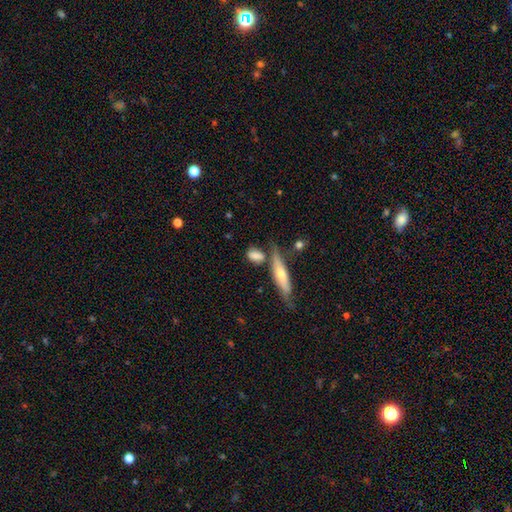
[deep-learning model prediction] This appears to be a smooth galaxy with no disk features (72%) that is in between round and cigar-shaped (64%). Merging: none (56%).